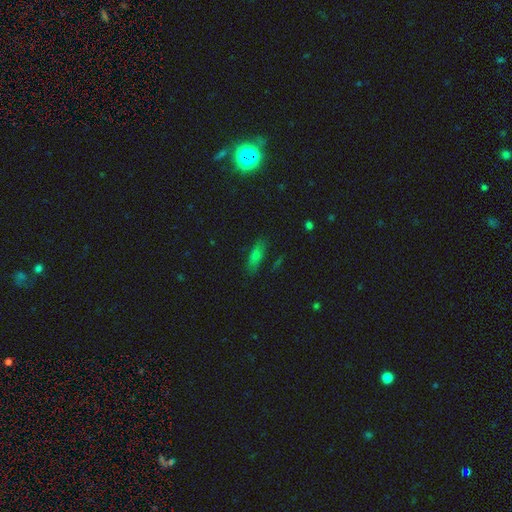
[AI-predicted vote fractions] Overall: smooth (74%). How rounded: in between (63%; cigar-shaped 34%). Merging: none (80%).